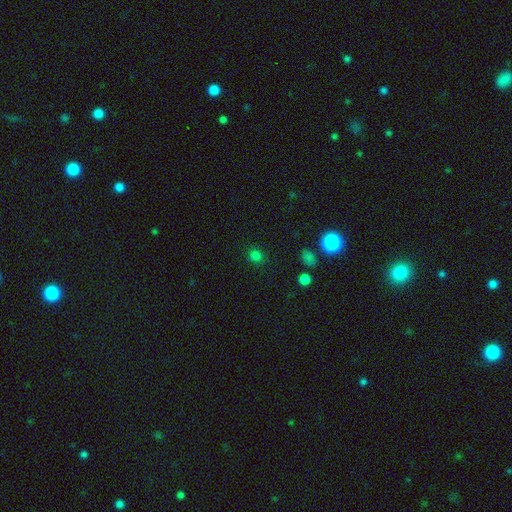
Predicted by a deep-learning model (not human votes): Smooth or featured: smooth — 77% (star or artifact — 19%)
How rounded: round — 85% (in between — 14%)
Merging: none — 87% (minor disturbance — 8%)